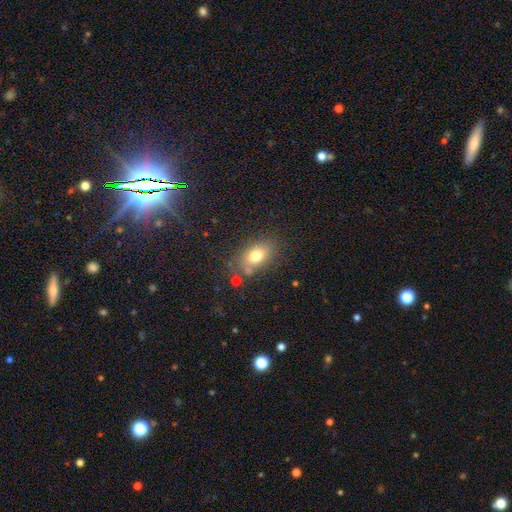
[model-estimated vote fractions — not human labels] smooth 75%, featured or disk 14%, star or artifact 11%. Down the decision tree: how rounded — in between (80%); merging — none (71%).